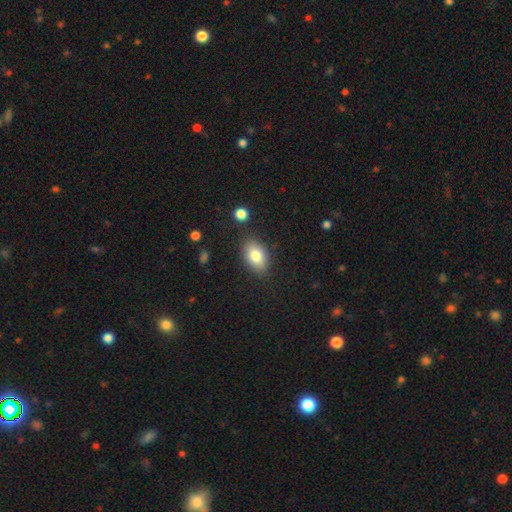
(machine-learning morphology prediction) smooth-or-featured: smooth: 79% | featured or disk: 13% | star or artifact: 8%
  how-rounded: in between: 87% | round: 12% | cigar-shaped: 2%
  merging: none: 83% | minor disturbance: 11% | major disturbance: 3% | merger: 3%